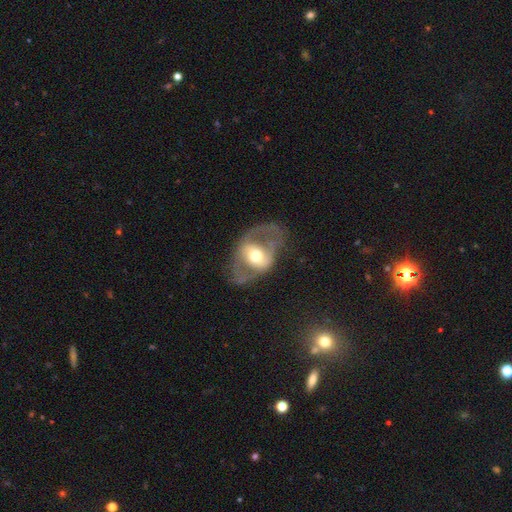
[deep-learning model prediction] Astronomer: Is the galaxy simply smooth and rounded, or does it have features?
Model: featured or disk — 70%.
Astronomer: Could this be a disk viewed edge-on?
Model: no — 93%.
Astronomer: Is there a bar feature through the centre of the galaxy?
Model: no — 52% (runner-up: weak, 29%).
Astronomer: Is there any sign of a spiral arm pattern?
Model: yes — 53% (runner-up: no, 47%).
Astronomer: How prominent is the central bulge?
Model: moderate — 65%.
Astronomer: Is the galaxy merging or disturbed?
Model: none — 55%.